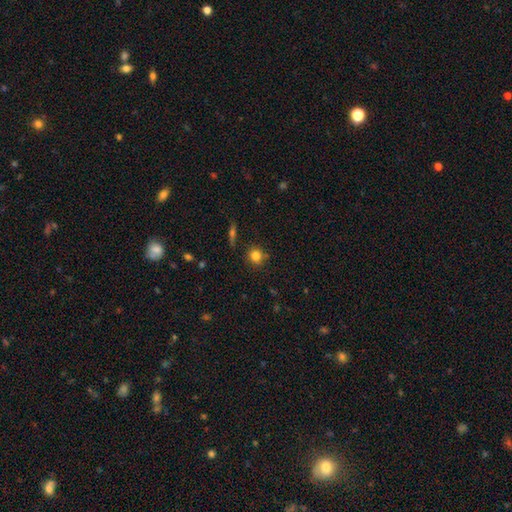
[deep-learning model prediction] A smooth galaxy with no disk features (80%) that is round (88%). Merging: none (83%).